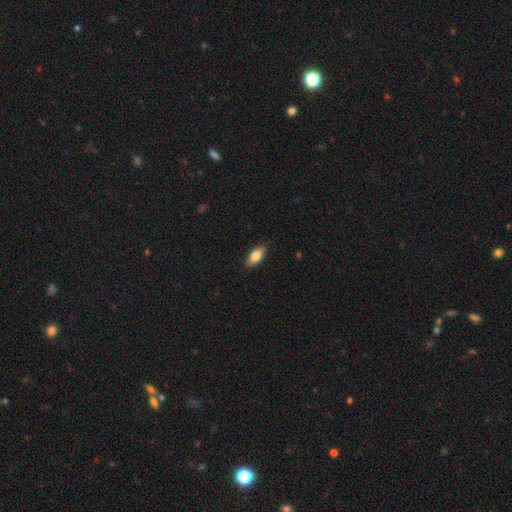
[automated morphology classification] Q: Smooth or featured?
A: smooth (78%); runner-up: featured or disk (16%)
Q: How rounded?
A: in between (84%); runner-up: cigar-shaped (13%)
Q: Merging?
A: none (87%); runner-up: minor disturbance (10%)